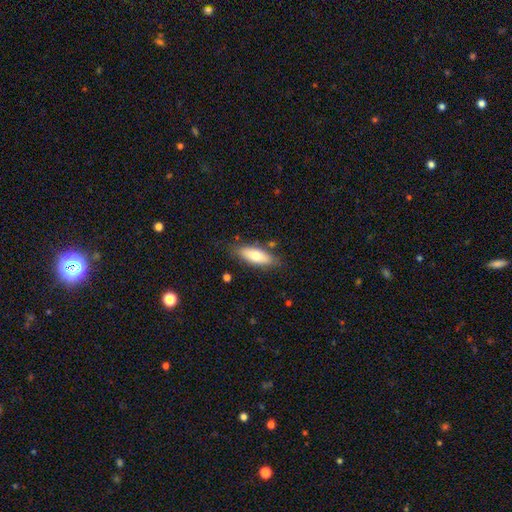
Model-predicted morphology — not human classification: Q: Smooth or featured?
A: smooth (72%); runner-up: featured or disk (22%)
Q: How rounded?
A: in between (70%); runner-up: cigar-shaped (28%)
Q: Merging?
A: none (80%); runner-up: minor disturbance (14%)